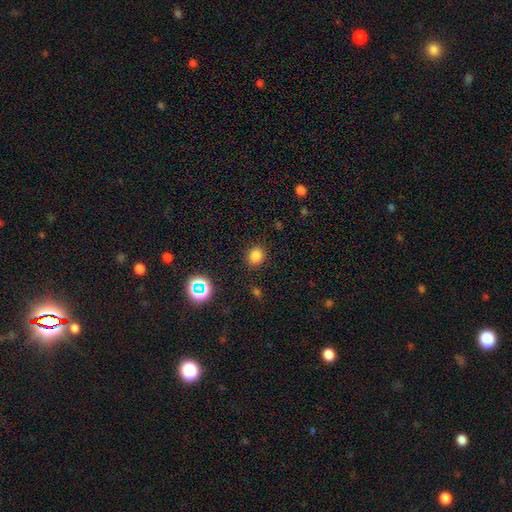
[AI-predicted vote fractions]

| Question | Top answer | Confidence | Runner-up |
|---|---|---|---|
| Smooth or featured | smooth | 80% | star or artifact (15%) |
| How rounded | round | 78% | in between (21%) |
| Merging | none | 87% | minor disturbance (8%) |